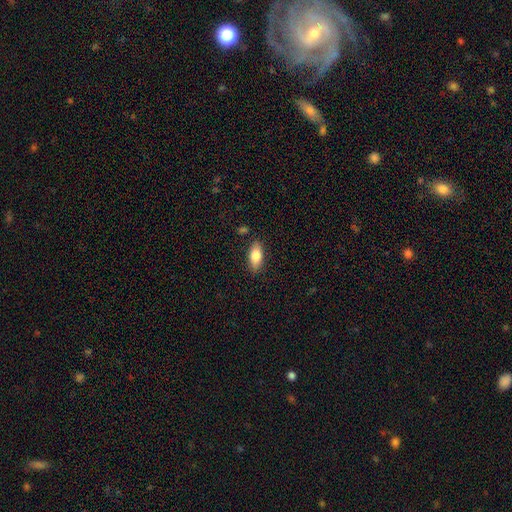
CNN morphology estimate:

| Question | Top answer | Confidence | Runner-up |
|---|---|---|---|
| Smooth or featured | smooth | 81% | featured or disk (13%) |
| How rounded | in between | 84% | cigar-shaped (13%) |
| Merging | none | 85% | minor disturbance (11%) |